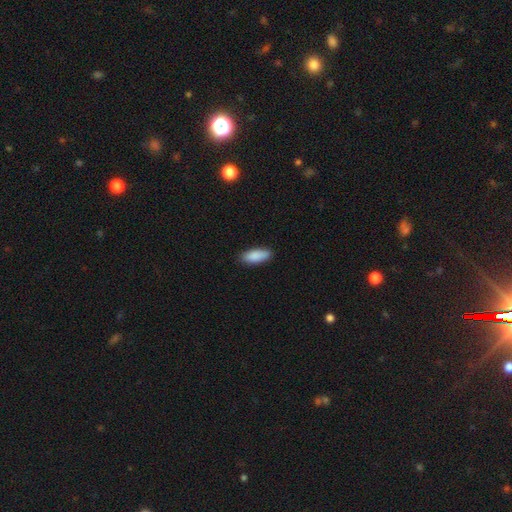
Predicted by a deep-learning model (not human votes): smooth_or_featured: smooth (p=0.89) [alt: star or artifact p=0.06]
how_rounded: in between (p=0.78) [alt: cigar-shaped p=0.21]
merging: none (p=0.85) [alt: minor disturbance p=0.12]